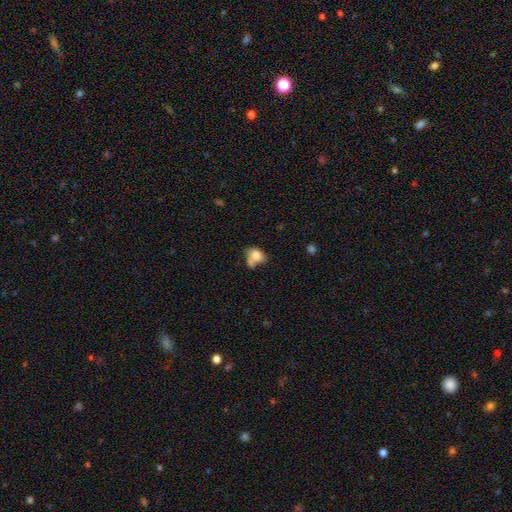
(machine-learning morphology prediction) Smooth or featured: smooth — 76% (featured or disk — 14%)
How rounded: in between — 63% (round — 36%)
Merging: merger — 36% (none — 32%)